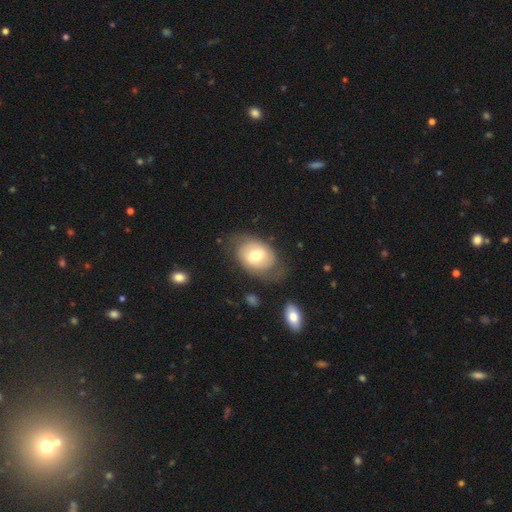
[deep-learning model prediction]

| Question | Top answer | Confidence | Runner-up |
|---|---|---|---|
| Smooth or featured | smooth | 51% | featured or disk (42%) |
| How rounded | in between | 72% | round (27%) |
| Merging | none | 61% | minor disturbance (23%) |